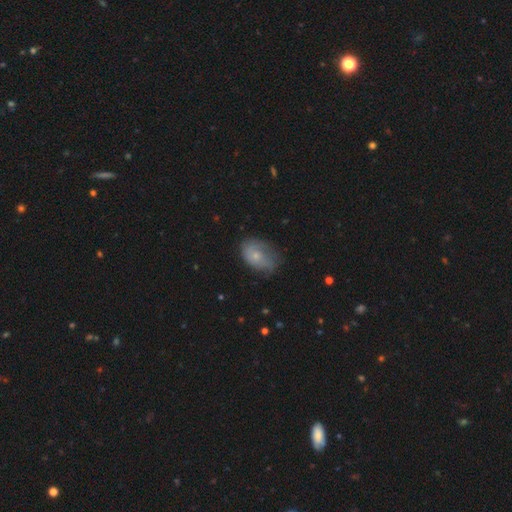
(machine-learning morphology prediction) Smooth or featured?
  - smooth: 48% *
  - featured or disk: 44%
  - star or artifact: 8%
Merging?
  - none: 49% *
  - minor disturbance: 33%
  - major disturbance: 17%
  - merger: 2%